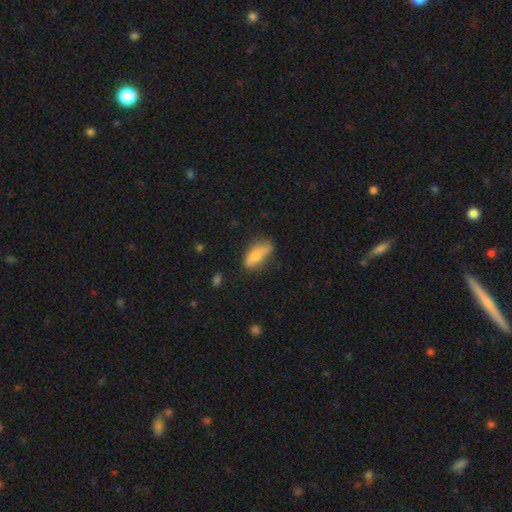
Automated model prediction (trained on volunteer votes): Smooth or featured: smooth — 69% (featured or disk — 24%)
How rounded: in between — 74% (cigar-shaped — 23%)
Merging: none — 63% (minor disturbance — 27%)